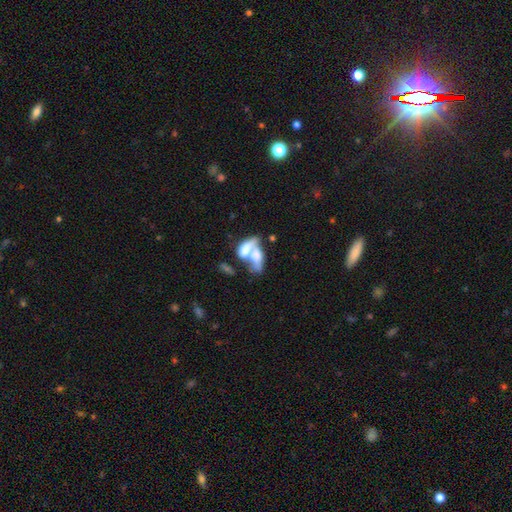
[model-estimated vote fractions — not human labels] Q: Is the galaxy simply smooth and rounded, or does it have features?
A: smooth — 51%.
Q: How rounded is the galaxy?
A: in between — 84%.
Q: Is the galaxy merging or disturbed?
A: merger — 70%.